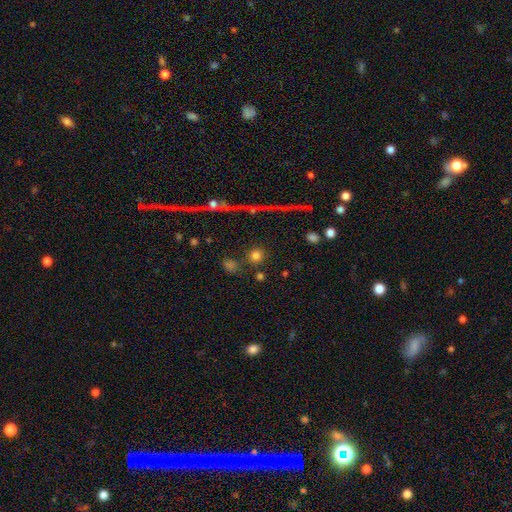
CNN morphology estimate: Smooth or featured: smooth — 76% (star or artifact — 16%)
How rounded: round — 93% (in between — 6%)
Merging: none — 83% (merger — 8%)